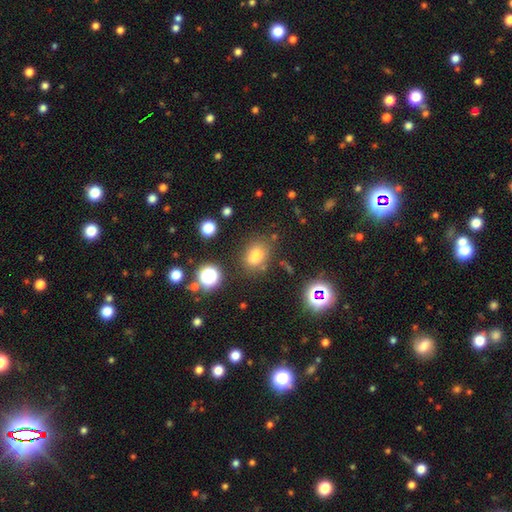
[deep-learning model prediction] Q: Smooth or featured?
A: smooth (74%); runner-up: star or artifact (18%)
Q: How rounded?
A: in between (62%); runner-up: round (37%)
Q: Merging?
A: none (72%); runner-up: minor disturbance (15%)